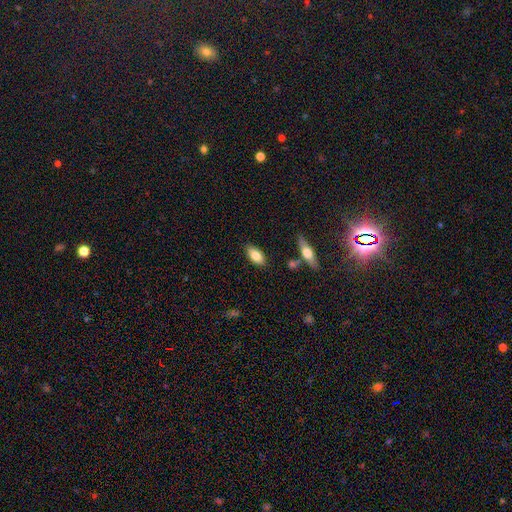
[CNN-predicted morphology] The model was most divided on "smooth or featured": smooth: 79%, featured or disk: 15%, star or artifact: 7%. More confident: how rounded — in between (90%); merging — none (84%).